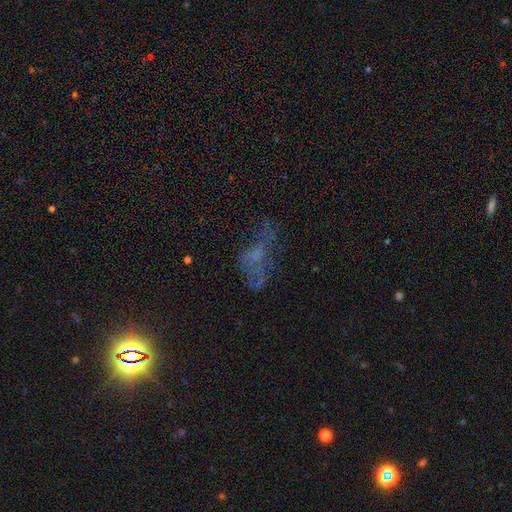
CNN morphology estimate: Overall: featured or disk (44%; star or artifact 30%). Merging: major disturbance (38%; none 37%).